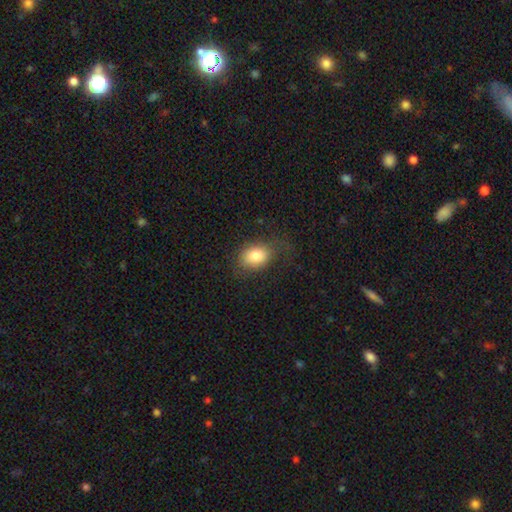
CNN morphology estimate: A smooth galaxy with no disk features (79%) that is in between round and cigar-shaped (70%).

Vote fractions:
- Smooth or featured? smooth: 79% / featured or disk: 12% / star or artifact: 9%
- How rounded? in between: 70% / round: 29% / cigar-shaped: 1%
- Merging? none: 66% / minor disturbance: 21% / major disturbance: 12% / merger: 1%